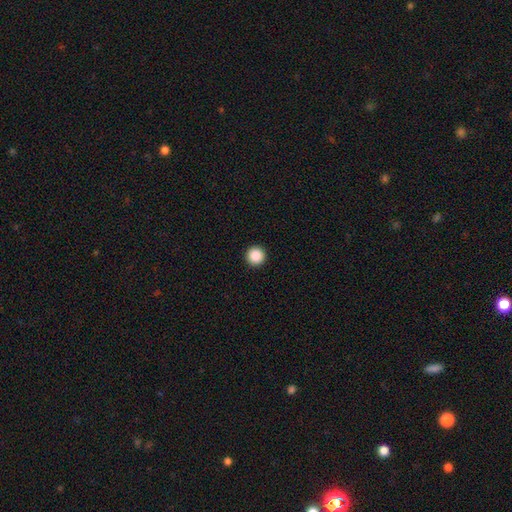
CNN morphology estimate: Smooth or featured: smooth — 88% (star or artifact — 9%)
How rounded: round — 97% (in between — 2%)
Merging: none — 94% (minor disturbance — 4%)